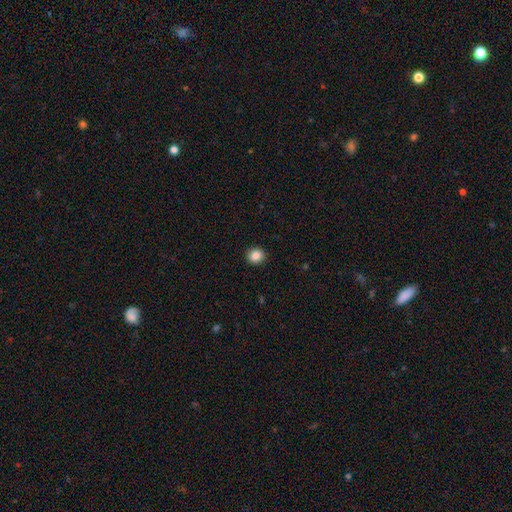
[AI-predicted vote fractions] Morphology: type=smooth (86%); roundness=round (85%); merging=none (92%).